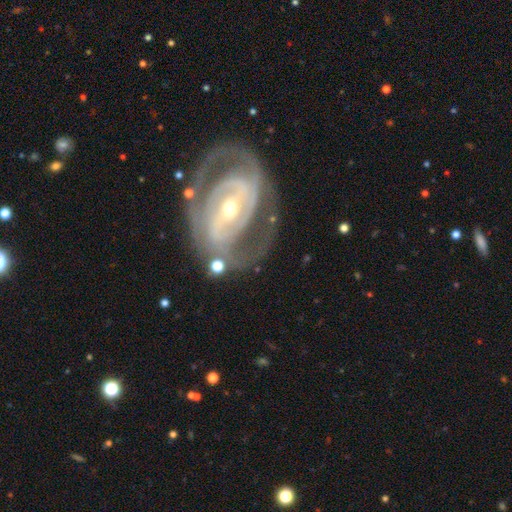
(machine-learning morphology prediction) Overall: featured or disk (87%). Edge-on disk: no (96%). Bar: strong (44%; weak 33%). Spiral arms: yes (90%). Spiral arm count: 2 (64%). Spiral winding: tight (56%; medium 34%). Bulge size: small (56%; moderate 39%). Merging: none (67%).